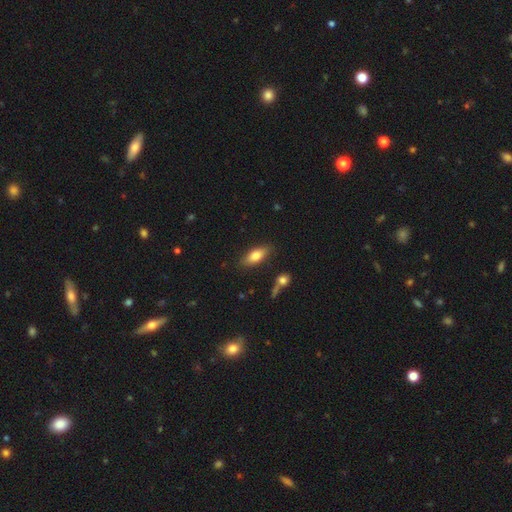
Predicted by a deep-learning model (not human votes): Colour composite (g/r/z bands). It shows a smooth galaxy with no disk features (75%) that is in between round and cigar-shaped (77%). Merging: none (82%).